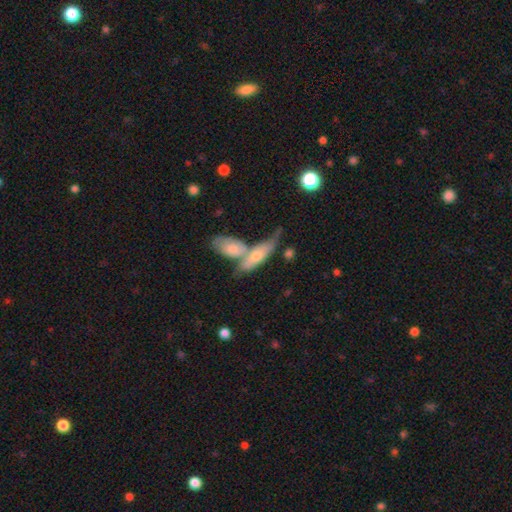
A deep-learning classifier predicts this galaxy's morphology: smooth_or_featured: smooth (p=0.58) [alt: featured or disk p=0.37]
how_rounded: in between (p=0.58) [alt: cigar-shaped p=0.39]
merging: merger (p=0.52) [alt: none p=0.30]